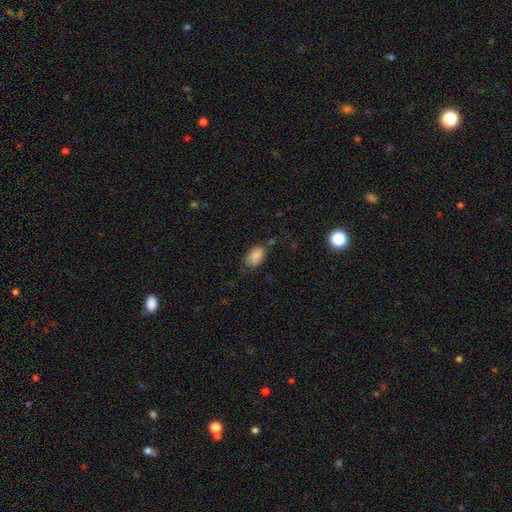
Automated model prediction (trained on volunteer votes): smooth 83%, featured or disk 9%, star or artifact 8%. Down the decision tree: how rounded — in between (91%); merging — none (59%).